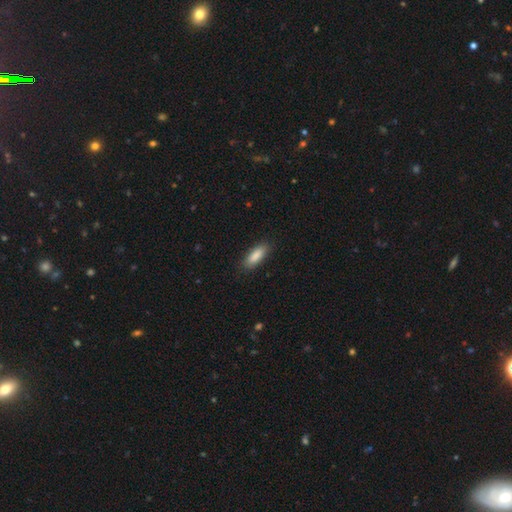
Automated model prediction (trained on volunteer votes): Morphology: type=smooth (87%); roundness=in between (63%); merging=none (85%).